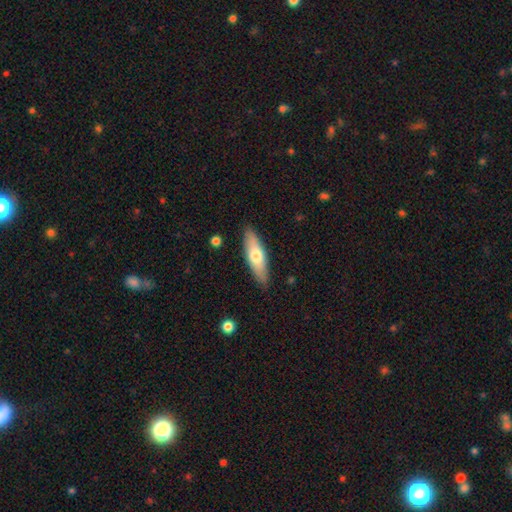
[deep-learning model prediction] A smooth galaxy with no disk features (64%) that is cigar-shaped (52%).

Vote fractions:
- Smooth or featured? smooth: 64% / featured or disk: 31% / star or artifact: 5%
- How rounded? cigar-shaped: 52% / in between: 46% / round: 2%
- Merging? none: 87% / minor disturbance: 9% / major disturbance: 2% / merger: 1%